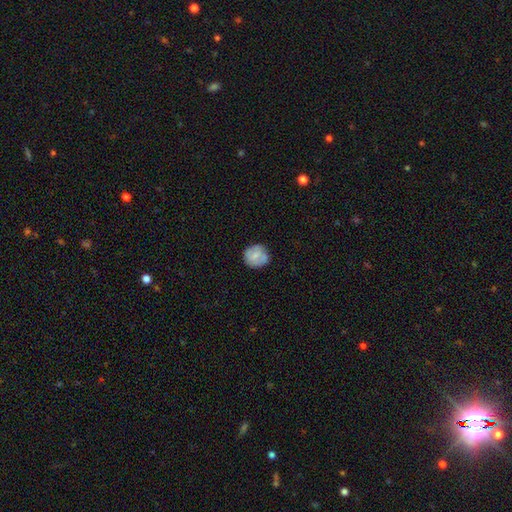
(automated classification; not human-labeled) smooth-or-featured: smooth: 70% | featured or disk: 23% | star or artifact: 7%
  how-rounded: round: 86% | in between: 14% | cigar-shaped: 1%
  merging: none: 74% | minor disturbance: 20% | major disturbance: 4% | merger: 3%